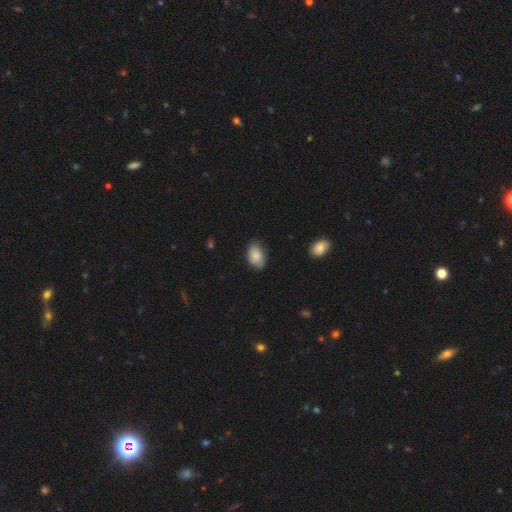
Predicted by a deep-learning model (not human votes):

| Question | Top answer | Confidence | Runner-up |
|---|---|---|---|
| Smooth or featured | smooth | 85% | featured or disk (8%) |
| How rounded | in between | 90% | round (9%) |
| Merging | none | 76% | minor disturbance (20%) |